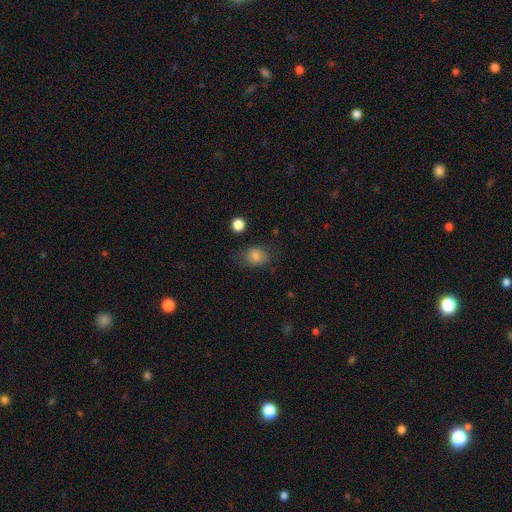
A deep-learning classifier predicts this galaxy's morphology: Smooth or featured?
  - smooth: 81% *
  - star or artifact: 10%
  - featured or disk: 8%
How rounded?
  - in between: 61% *
  - round: 38%
  - cigar-shaped: 1%
Merging?
  - none: 67% *
  - minor disturbance: 21%
  - major disturbance: 9%
  - merger: 3%